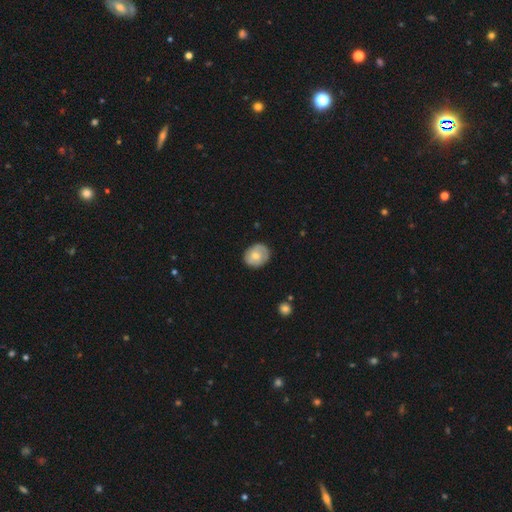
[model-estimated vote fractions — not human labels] smooth 56%, featured or disk 38%, star or artifact 7%. Down the decision tree: how rounded — round (63%); merging — none (78%).